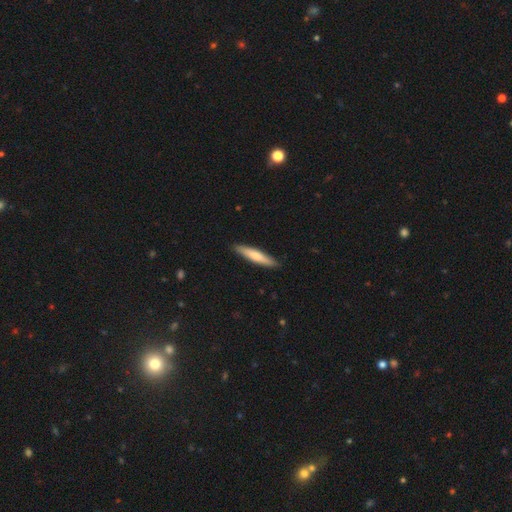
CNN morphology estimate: A smooth galaxy with no disk features (69%) that is cigar-shaped (89%). Merging: none (90%).